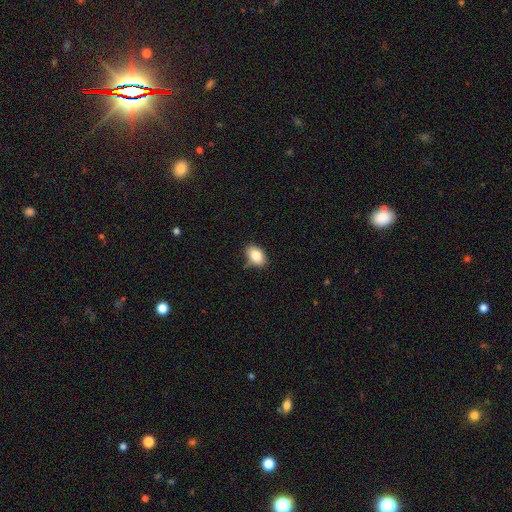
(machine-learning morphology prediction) type=smooth (83%); roundness=in between (84%); merging=none (75%).